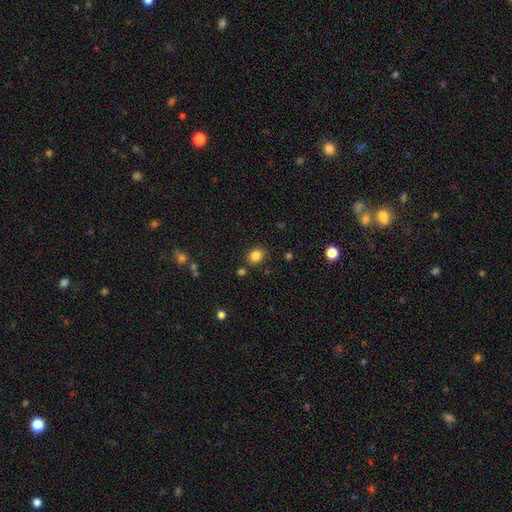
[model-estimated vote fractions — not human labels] smooth_or_featured: smooth (p=0.83) [alt: star or artifact p=0.11]
how_rounded: round (p=0.60) [alt: in between p=0.39]
merging: none (p=0.84) [alt: minor disturbance p=0.09]